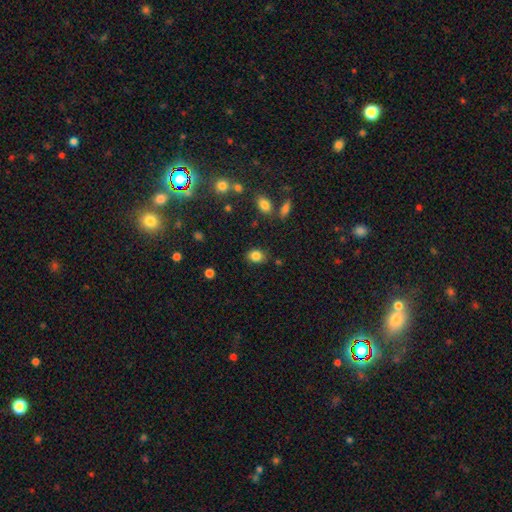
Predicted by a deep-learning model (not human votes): smooth_or_featured: smooth (p=0.84) [alt: star or artifact p=0.10]
how_rounded: in between (p=0.53) [alt: round p=0.45]
merging: none (p=0.80) [alt: minor disturbance p=0.13]